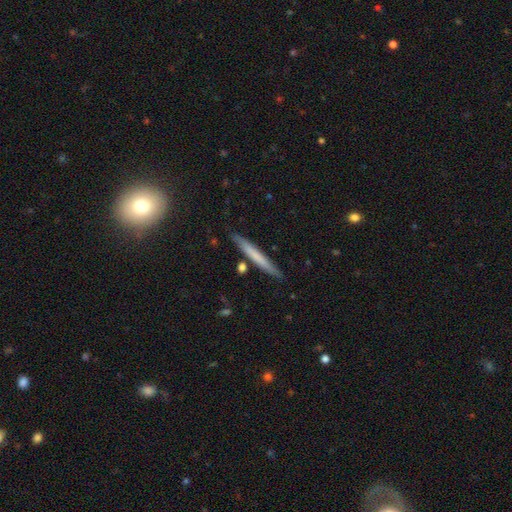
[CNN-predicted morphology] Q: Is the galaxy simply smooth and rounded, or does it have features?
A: smooth — 62%.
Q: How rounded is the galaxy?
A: cigar-shaped — 96%.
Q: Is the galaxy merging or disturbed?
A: none — 87%.